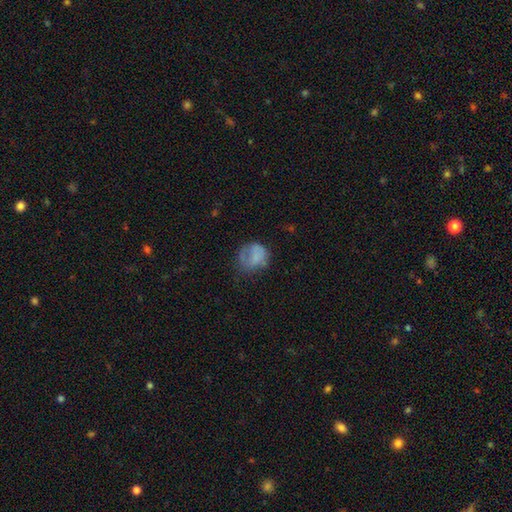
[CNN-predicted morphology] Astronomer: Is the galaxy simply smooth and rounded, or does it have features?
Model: smooth — 66%.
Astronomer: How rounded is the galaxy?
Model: round — 69%.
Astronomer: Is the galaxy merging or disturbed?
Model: none — 41% (runner-up: minor disturbance, 28%).